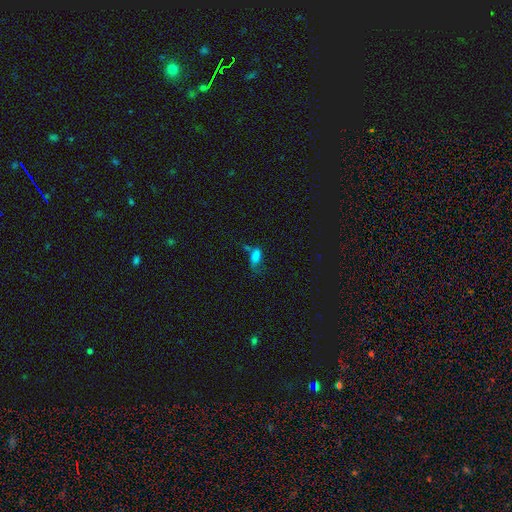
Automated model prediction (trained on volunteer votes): Overall: smooth (70%). How rounded: in between (84%). Merging: major disturbance (31%; none 27%).